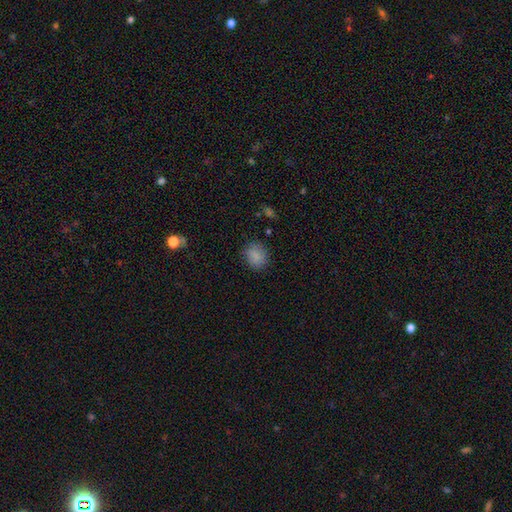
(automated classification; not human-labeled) smooth-or-featured: smooth: 84% | star or artifact: 10% | featured or disk: 6%
  how-rounded: round: 68% | in between: 31% | cigar-shaped: 1%
  merging: none: 83% | minor disturbance: 13% | major disturbance: 3% | merger: 1%